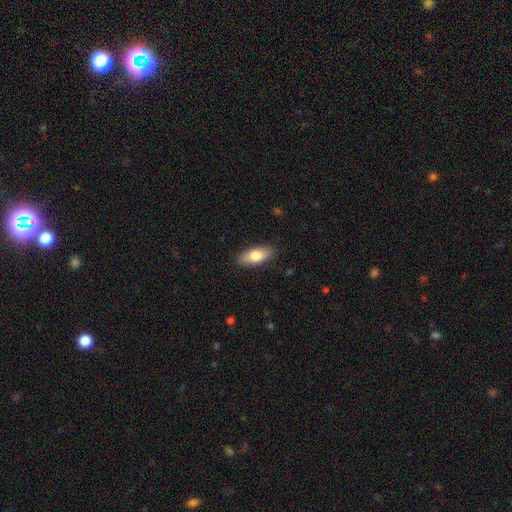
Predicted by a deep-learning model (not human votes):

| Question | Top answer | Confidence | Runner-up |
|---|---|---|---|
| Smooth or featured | smooth | 78% | featured or disk (16%) |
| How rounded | in between | 81% | cigar-shaped (16%) |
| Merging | none | 87% | minor disturbance (10%) |